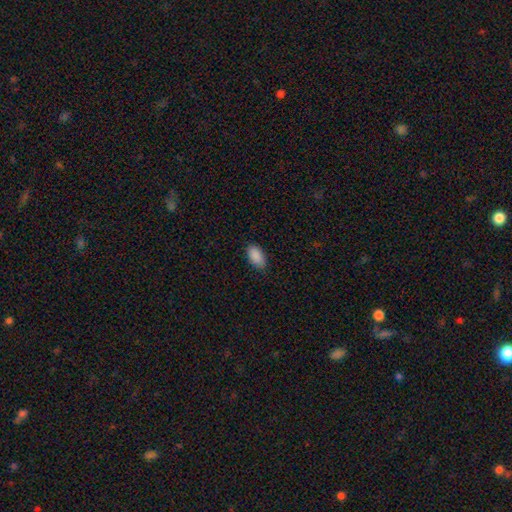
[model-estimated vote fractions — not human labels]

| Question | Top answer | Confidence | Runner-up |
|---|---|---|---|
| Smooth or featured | smooth | 90% | star or artifact (7%) |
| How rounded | in between | 94% | round (4%) |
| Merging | none | 82% | minor disturbance (14%) |